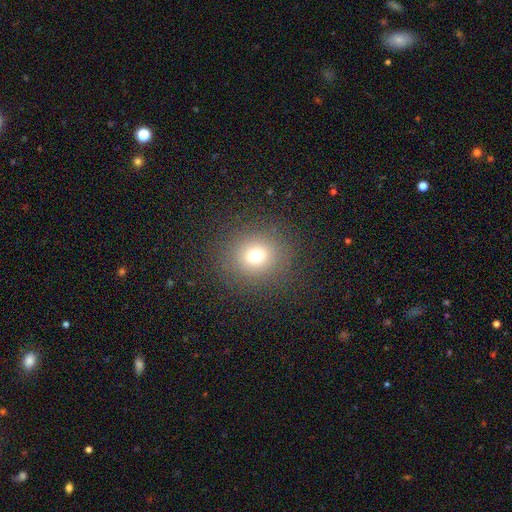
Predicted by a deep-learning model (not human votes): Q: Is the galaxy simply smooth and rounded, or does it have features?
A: smooth — 71%.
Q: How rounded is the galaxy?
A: round — 85%.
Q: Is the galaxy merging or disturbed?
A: none — 87%.